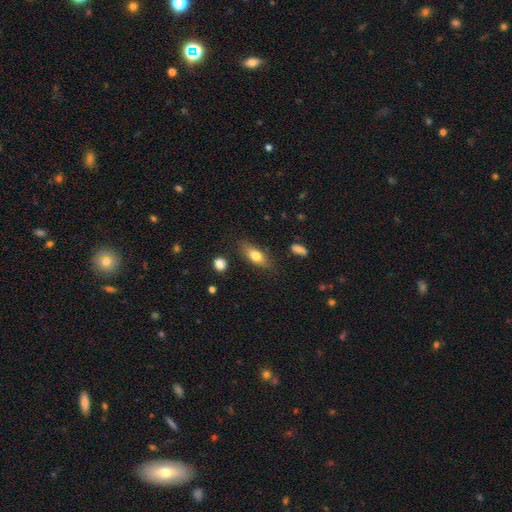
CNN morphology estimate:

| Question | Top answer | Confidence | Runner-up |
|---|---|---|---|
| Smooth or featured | smooth | 74% | featured or disk (19%) |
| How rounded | in between | 73% | cigar-shaped (22%) |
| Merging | none | 79% | minor disturbance (16%) |